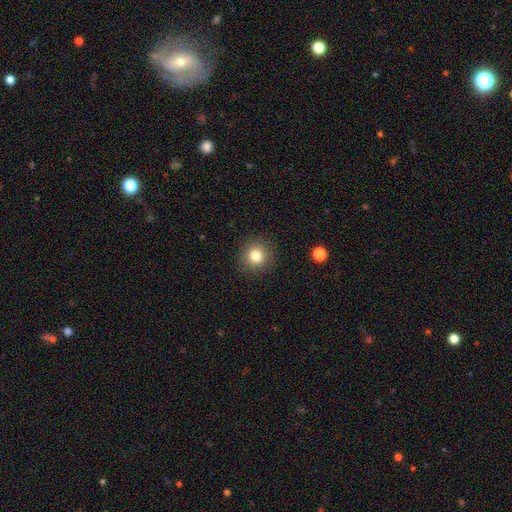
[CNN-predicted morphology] This is clearly a smooth galaxy (81%). How rounded: clearly round (93%). Merging: clearly none (90%).